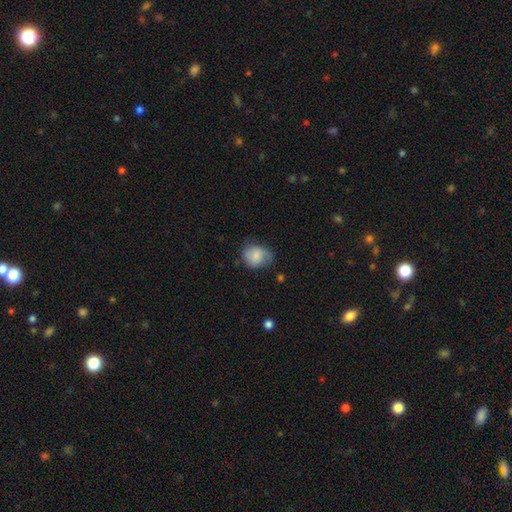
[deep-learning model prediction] A smooth galaxy with no disk features (73%) that is round (52%).

Vote fractions:
- Smooth or featured? smooth: 73% / featured or disk: 19% / star or artifact: 8%
- How rounded? round: 52% / in between: 48% / cigar-shaped: 1%
- Merging? none: 56% / minor disturbance: 32% / major disturbance: 10% / merger: 2%